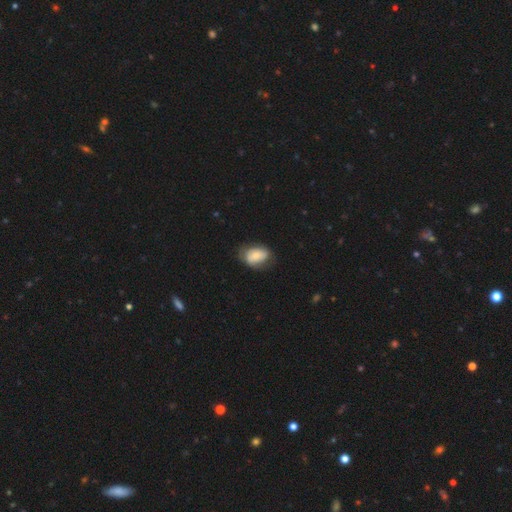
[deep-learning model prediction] Q: Smooth or featured?
A: smooth (62%); runner-up: featured or disk (31%)
Q: How rounded?
A: in between (81%); runner-up: round (17%)
Q: Merging?
A: none (60%); runner-up: minor disturbance (27%)